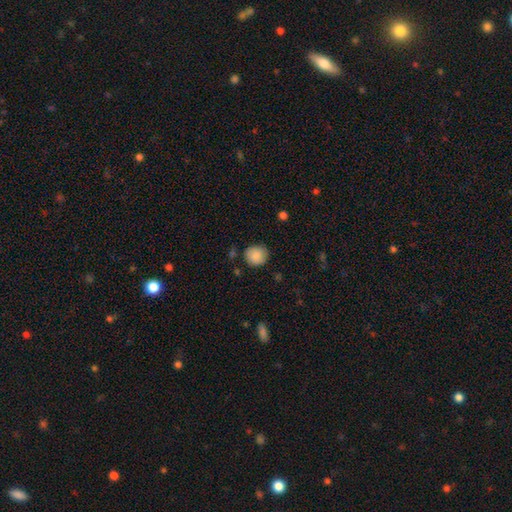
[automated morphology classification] smooth_or_featured: smooth (p=0.87) [alt: star or artifact p=0.08]
how_rounded: round (p=0.86) [alt: in between p=0.13]
merging: none (p=0.80) [alt: minor disturbance p=0.15]